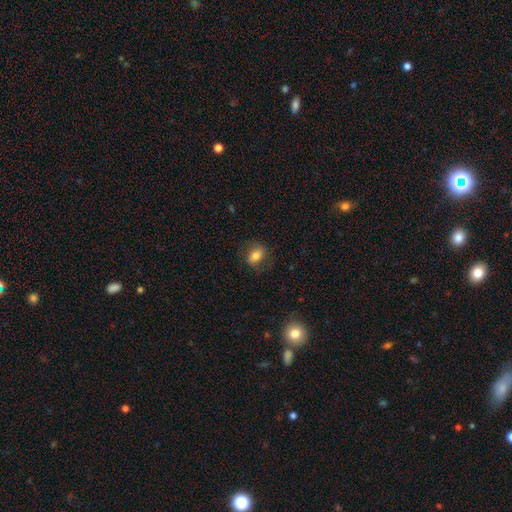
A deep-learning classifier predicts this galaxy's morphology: A smooth galaxy with no disk features (71%) that is in between round and cigar-shaped (72%). Merging: none (75%).